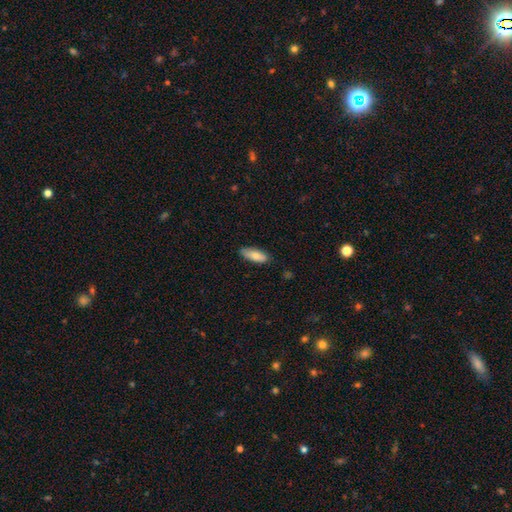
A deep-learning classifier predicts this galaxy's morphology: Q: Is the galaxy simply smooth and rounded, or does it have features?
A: smooth — 78%.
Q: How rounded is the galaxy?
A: in between — 72%.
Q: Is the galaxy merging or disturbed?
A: none — 84%.